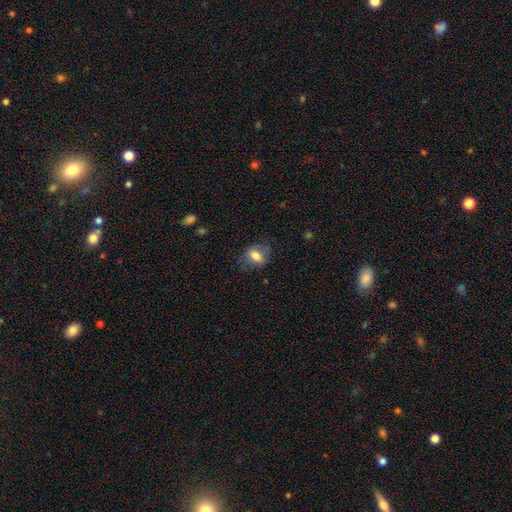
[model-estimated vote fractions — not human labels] Overall: smooth (69%). How rounded: in between (73%). Merging: none (68%).